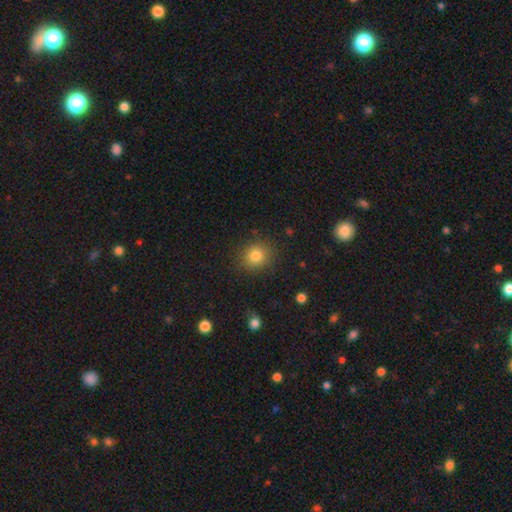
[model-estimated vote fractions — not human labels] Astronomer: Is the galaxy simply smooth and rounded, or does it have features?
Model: smooth — 81%.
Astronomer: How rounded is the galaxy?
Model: round — 79%.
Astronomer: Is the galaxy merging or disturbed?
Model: none — 85%.